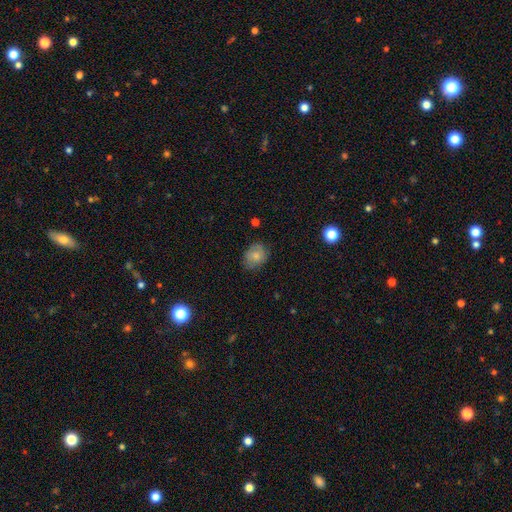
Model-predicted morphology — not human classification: This is likely a smooth galaxy (77%). How rounded: possibly in between (53%). Merging: likely none (73%).